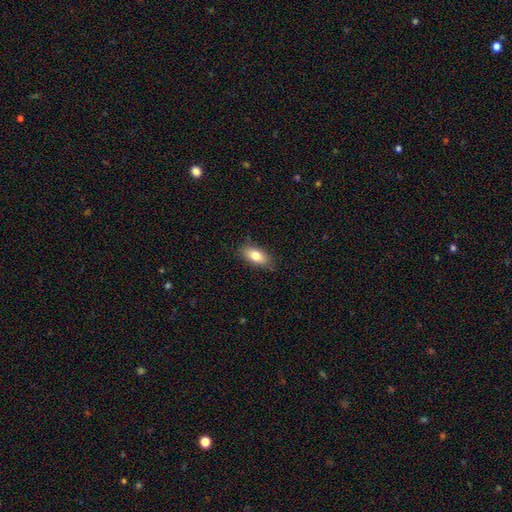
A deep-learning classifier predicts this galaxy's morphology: smooth 78%, featured or disk 15%, star or artifact 7%. Down the decision tree: how rounded — in between (86%); merging — none (80%).